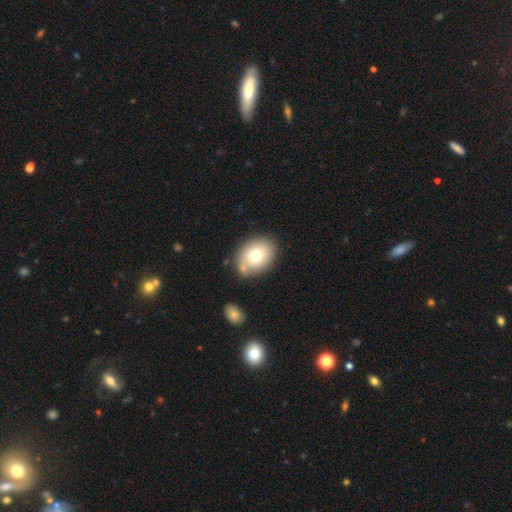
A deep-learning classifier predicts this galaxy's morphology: Q: Smooth or featured?
A: smooth (72%); runner-up: featured or disk (18%)
Q: How rounded?
A: in between (65%); runner-up: round (34%)
Q: Merging?
A: none (71%); runner-up: minor disturbance (15%)